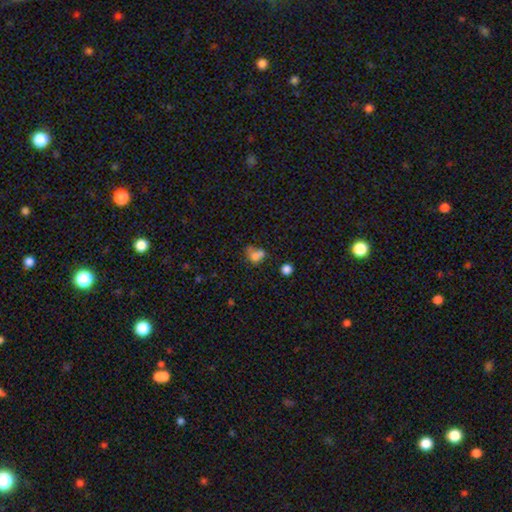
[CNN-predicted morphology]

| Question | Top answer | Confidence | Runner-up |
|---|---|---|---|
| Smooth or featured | smooth | 68% | featured or disk (16%) |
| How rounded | in between | 54% | round (44%) |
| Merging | merger | 42% | none (29%) |